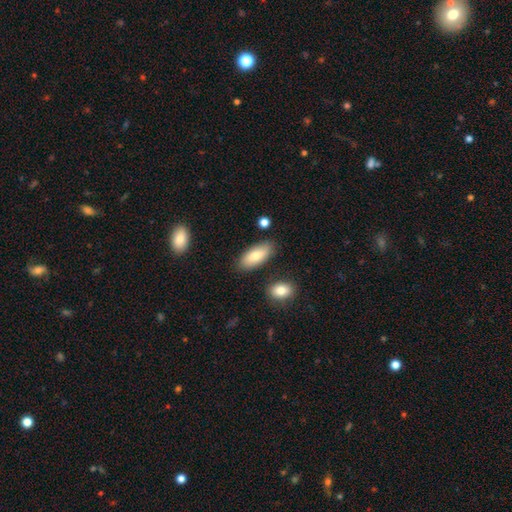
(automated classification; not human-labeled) Smooth or featured: smooth — 78% (featured or disk — 16%)
How rounded: in between — 85% (cigar-shaped — 12%)
Merging: none — 82% (minor disturbance — 11%)